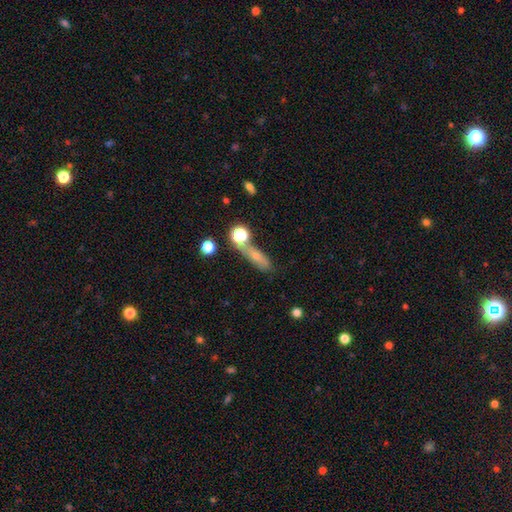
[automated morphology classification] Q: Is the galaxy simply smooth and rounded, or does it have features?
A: smooth — 59%.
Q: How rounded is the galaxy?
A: in between — 45%.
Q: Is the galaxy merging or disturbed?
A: none — 52%.